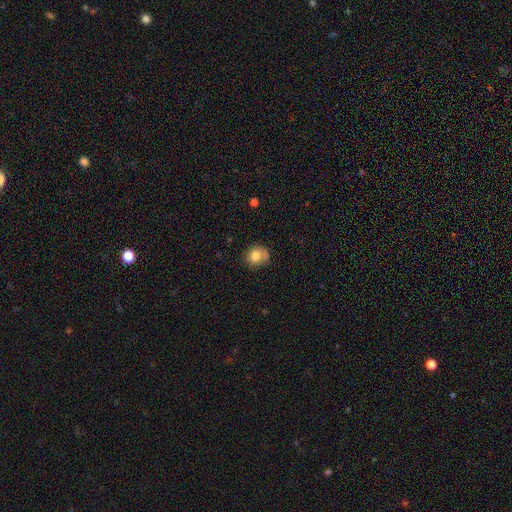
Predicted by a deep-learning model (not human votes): Smooth or featured: smooth — 76% (featured or disk — 14%)
How rounded: round — 76% (in between — 23%)
Merging: none — 60% (minor disturbance — 26%)